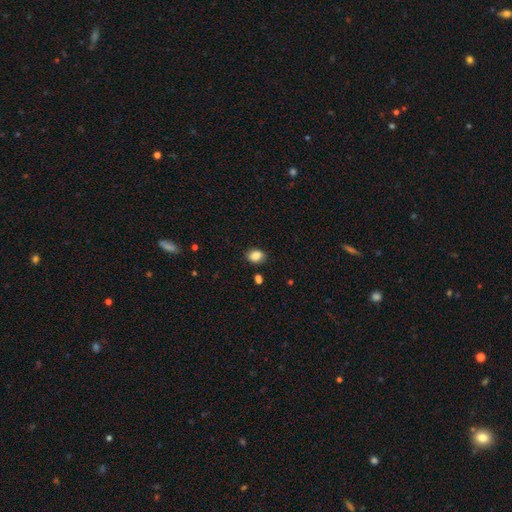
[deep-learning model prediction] smooth 87%, star or artifact 9%, featured or disk 4%. Down the decision tree: how rounded — in between (66%); merging — none (83%).